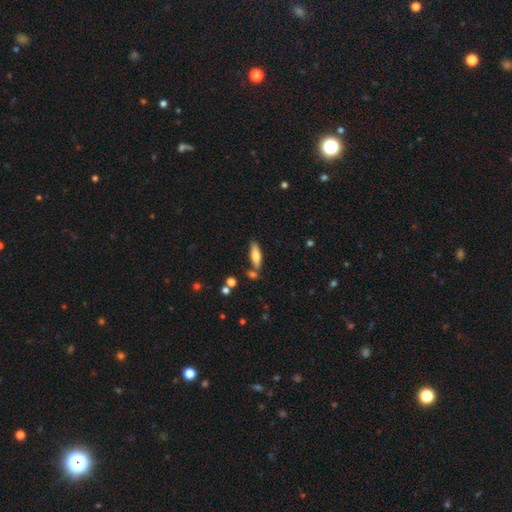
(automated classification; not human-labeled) This appears to be a smooth galaxy with no disk features (74%) that is in between round and cigar-shaped (53%). Merging: none (72%).